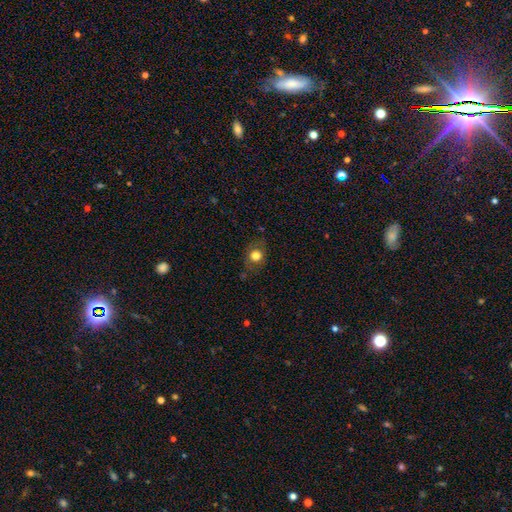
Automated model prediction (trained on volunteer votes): Smooth or featured? Predicted: smooth (p=0.74). How rounded? Predicted: round (p=0.64). Merging? Predicted: none (p=0.74).